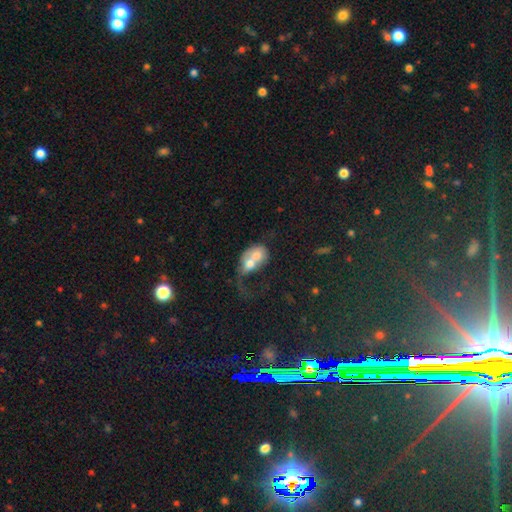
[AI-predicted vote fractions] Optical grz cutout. It shows a smooth galaxy with no disk features (56%) that is in between round and cigar-shaped (61%). Merging: merger (74%).